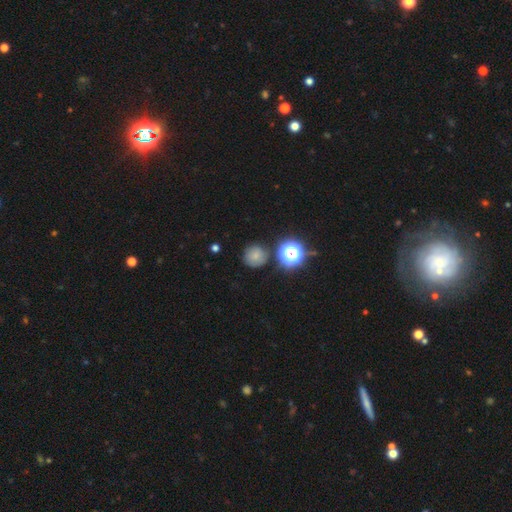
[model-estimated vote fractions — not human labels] Q: Smooth or featured?
A: smooth (70%); runner-up: star or artifact (18%)
Q: How rounded?
A: round (93%); runner-up: in between (6%)
Q: Merging?
A: none (79%); runner-up: minor disturbance (12%)